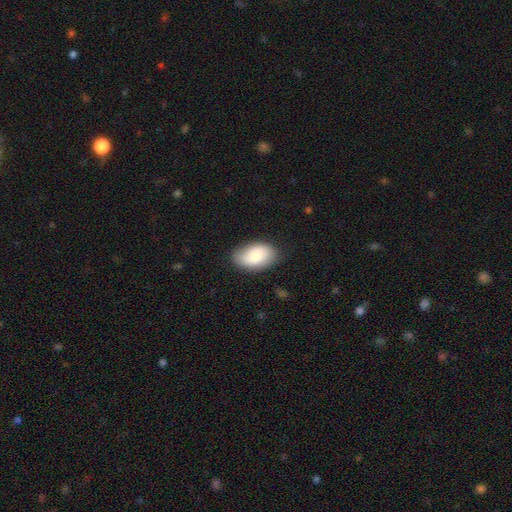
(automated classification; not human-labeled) Smooth or featured?
  - smooth: 78% *
  - featured or disk: 16%
  - star or artifact: 6%
How rounded?
  - in between: 93% *
  - round: 6%
  - cigar-shaped: 1%
Merging?
  - none: 82% *
  - minor disturbance: 14%
  - major disturbance: 3%
  - merger: 1%